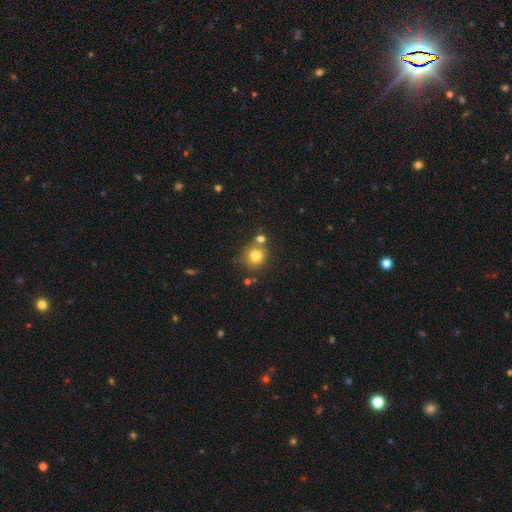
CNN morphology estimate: Smooth or featured? Predicted: smooth (p=0.78). How rounded? Predicted: round (p=0.86). Merging? Predicted: none (p=0.67).